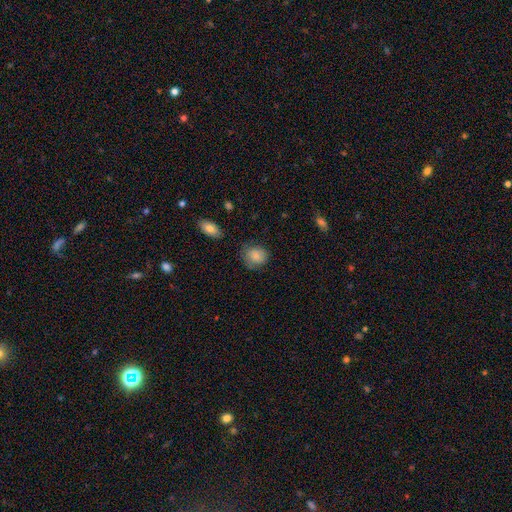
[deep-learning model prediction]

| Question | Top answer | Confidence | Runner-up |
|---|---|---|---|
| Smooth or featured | smooth | 85% | star or artifact (8%) |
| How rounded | round | 69% | in between (30%) |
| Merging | none | 68% | minor disturbance (24%) |